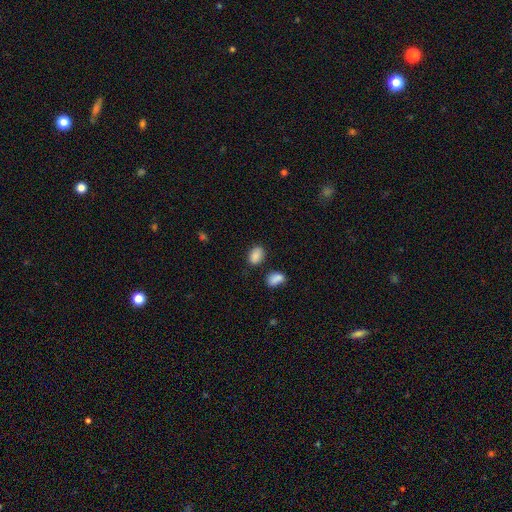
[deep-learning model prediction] A smooth galaxy with no disk features (87%) that is in between round and cigar-shaped (85%).

Vote fractions:
- Smooth or featured? smooth: 87% / star or artifact: 9% / featured or disk: 4%
- How rounded? in between: 85% / round: 14% / cigar-shaped: 1%
- Merging? none: 76% / minor disturbance: 13% / merger: 8% / major disturbance: 4%